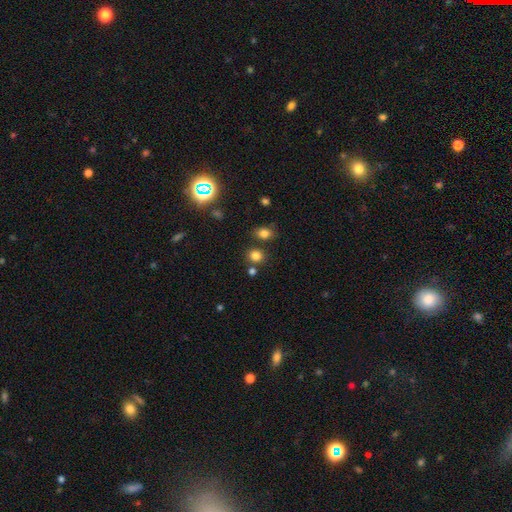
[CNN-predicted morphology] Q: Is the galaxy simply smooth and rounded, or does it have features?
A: smooth — 79%.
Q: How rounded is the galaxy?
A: round — 75%.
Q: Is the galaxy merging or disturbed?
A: none — 75%.